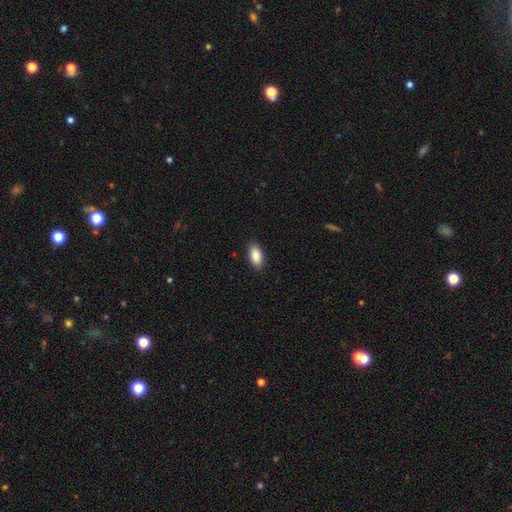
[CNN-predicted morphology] A smooth galaxy with no disk features (90%) that is in between round and cigar-shaped (93%).

Vote fractions:
- Smooth or featured? smooth: 90% / star or artifact: 7% / featured or disk: 4%
- How rounded? in between: 93% / cigar-shaped: 5% / round: 3%
- Merging? none: 89% / minor disturbance: 8% / major disturbance: 2% / merger: 1%